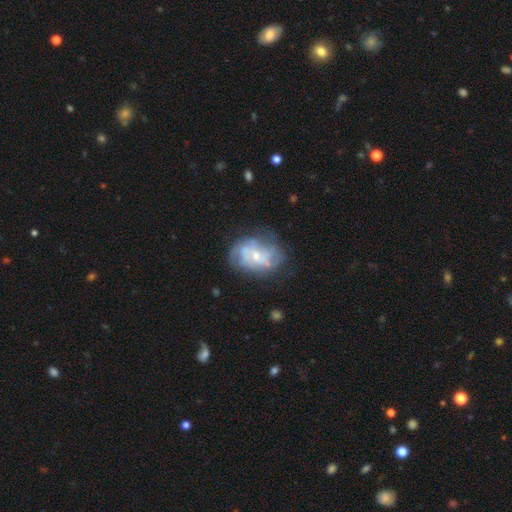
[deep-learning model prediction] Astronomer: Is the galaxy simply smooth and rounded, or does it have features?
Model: featured or disk — 68%.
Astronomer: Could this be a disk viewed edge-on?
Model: no — 97%.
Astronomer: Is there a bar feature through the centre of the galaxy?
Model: no — 67%.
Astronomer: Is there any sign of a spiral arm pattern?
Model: yes — 69%.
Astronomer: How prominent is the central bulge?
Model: small — 60%.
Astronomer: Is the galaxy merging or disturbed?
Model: none — 57%.